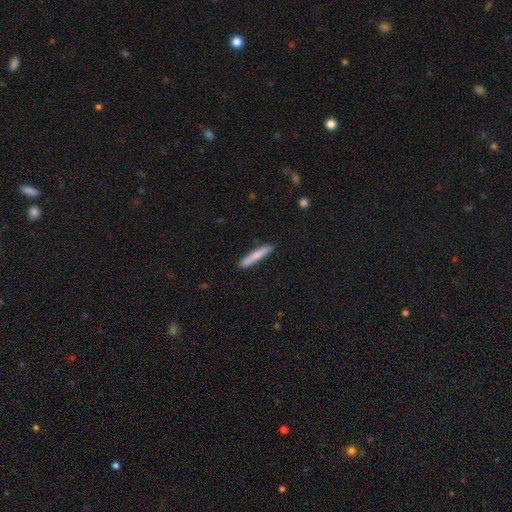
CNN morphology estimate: type=smooth (76%); roundness=cigar-shaped (94%); merging=none (88%).